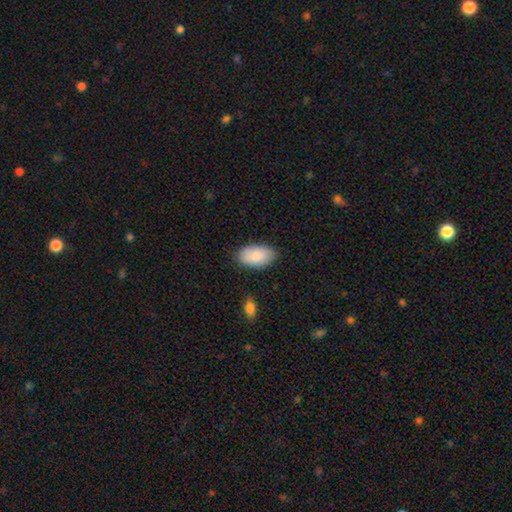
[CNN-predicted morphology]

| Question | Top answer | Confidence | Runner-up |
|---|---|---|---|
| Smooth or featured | smooth | 85% | featured or disk (9%) |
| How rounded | in between | 95% | round (3%) |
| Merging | none | 81% | minor disturbance (14%) |